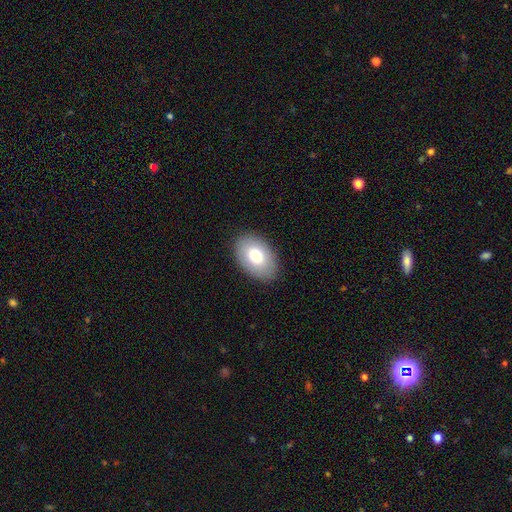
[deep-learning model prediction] smooth 78%, featured or disk 15%, star or artifact 7%. Down the decision tree: how rounded — in between (89%); merging — none (87%).